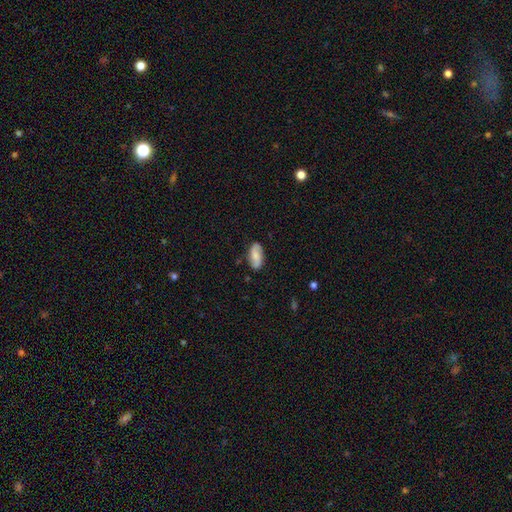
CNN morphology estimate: smooth 50%, featured or disk 43%, star or artifact 7%. Down the decision tree: merging — none (83%).